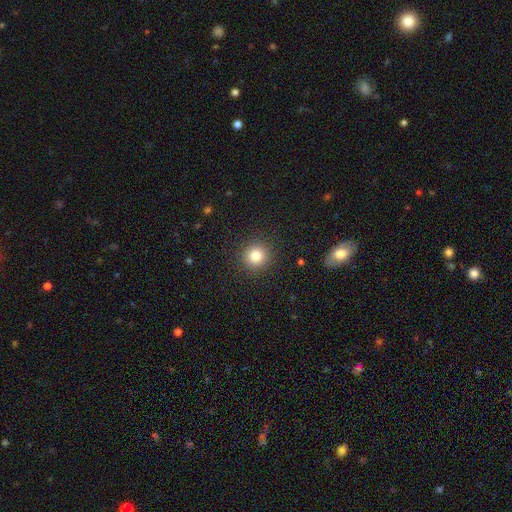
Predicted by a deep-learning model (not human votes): Q: Smooth or featured?
A: smooth (81%); runner-up: star or artifact (12%)
Q: How rounded?
A: round (94%); runner-up: in between (5%)
Q: Merging?
A: none (91%); runner-up: minor disturbance (6%)